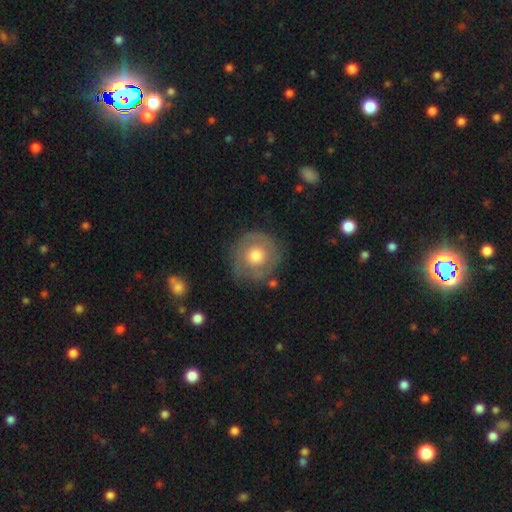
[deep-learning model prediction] Morphology: type=smooth (50%); roundness=round (93%); merging=none (75%).